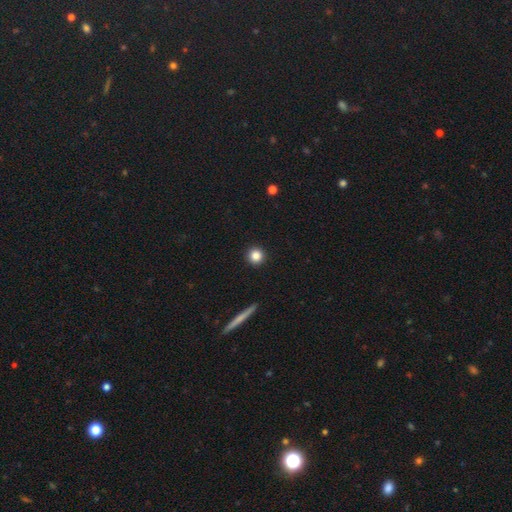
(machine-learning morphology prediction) This is clearly a smooth galaxy (84%). How rounded: clearly round (95%). Merging: clearly none (93%).